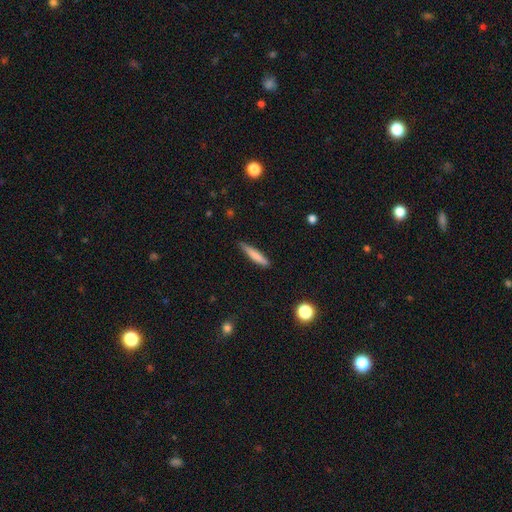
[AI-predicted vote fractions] Smooth or featured? Predicted: smooth (p=0.75). How rounded? Predicted: cigar-shaped (p=0.90). Merging? Predicted: none (p=0.80).